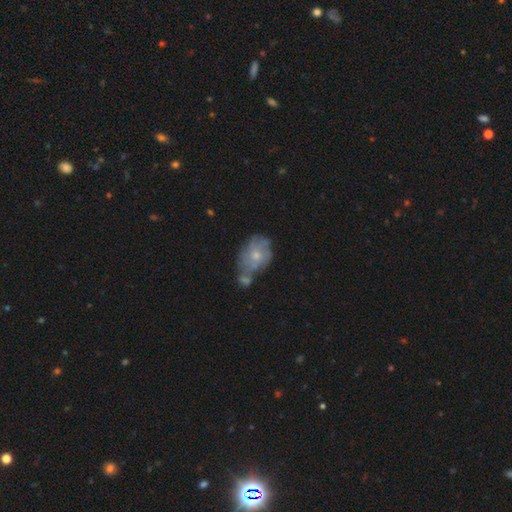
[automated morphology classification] Smooth or featured? featured or disk (51%)
Edge-on disk? no (96%)
Merging? merger (33%)